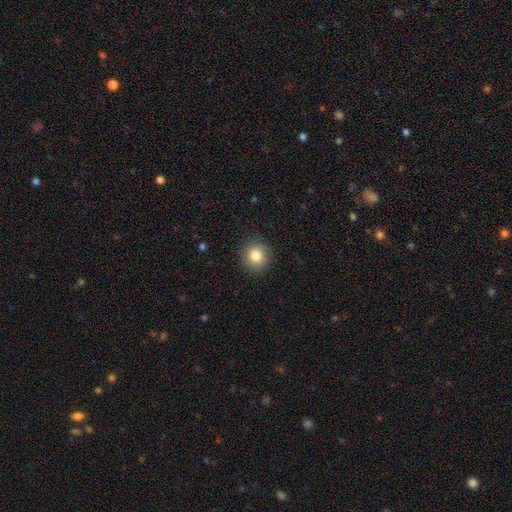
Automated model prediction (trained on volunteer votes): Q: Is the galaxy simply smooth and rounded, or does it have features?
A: smooth — 84%.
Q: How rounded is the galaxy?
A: round — 89%.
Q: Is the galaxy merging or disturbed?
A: none — 88%.